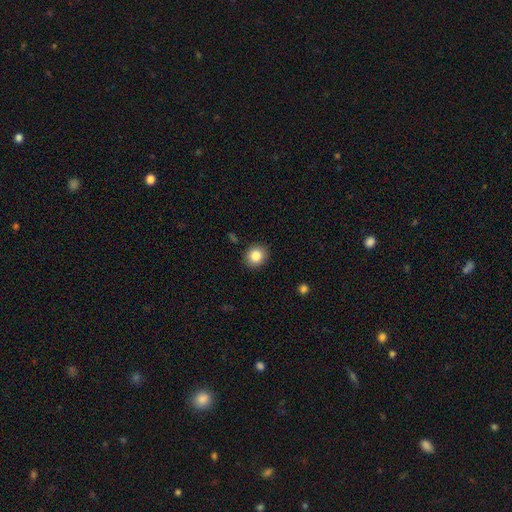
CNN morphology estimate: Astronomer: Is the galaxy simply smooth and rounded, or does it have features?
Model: smooth — 85%.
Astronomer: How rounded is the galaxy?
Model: round — 83%.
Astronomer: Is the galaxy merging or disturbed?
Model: none — 90%.